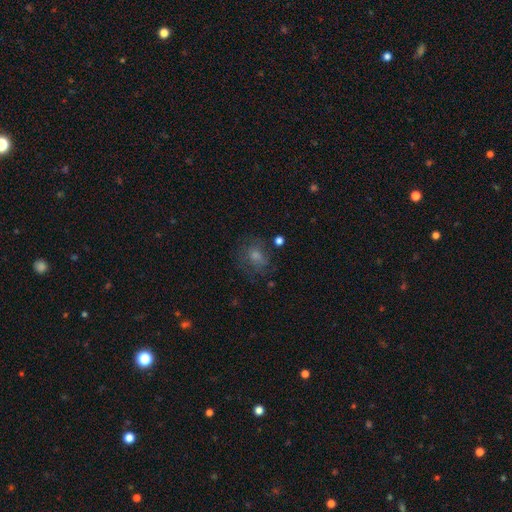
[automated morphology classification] Q: Smooth or featured?
A: smooth (47%); runner-up: featured or disk (28%)
Q: Merging?
A: none (68%); runner-up: minor disturbance (18%)